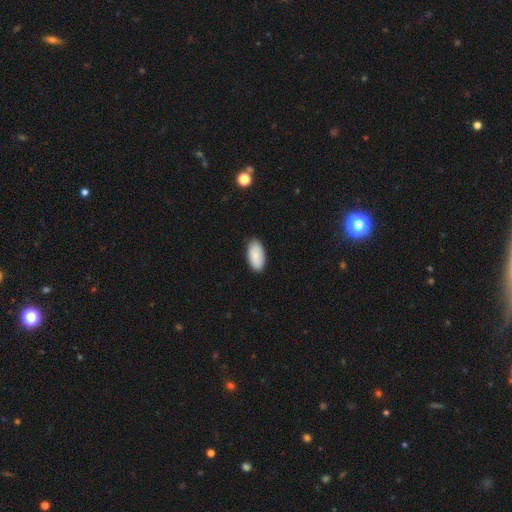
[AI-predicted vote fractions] The model was most divided on "merging": none: 88%, minor disturbance: 10%, major disturbance: 2%, merger: 1%. More confident: how rounded — in between (95%); smooth or featured — smooth (88%).